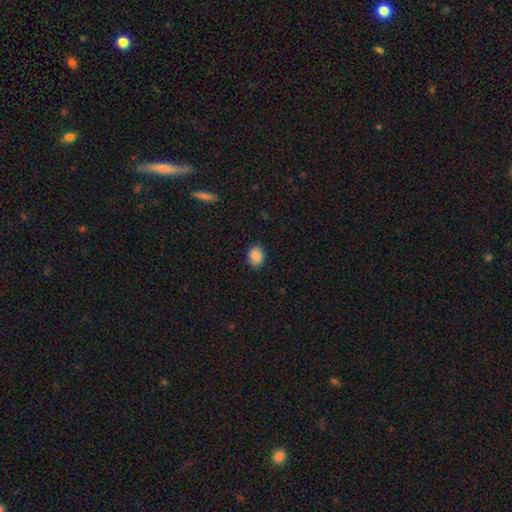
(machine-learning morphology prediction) Smooth or featured? smooth (88%)
How rounded? in between (59%)
Merging? none (88%)